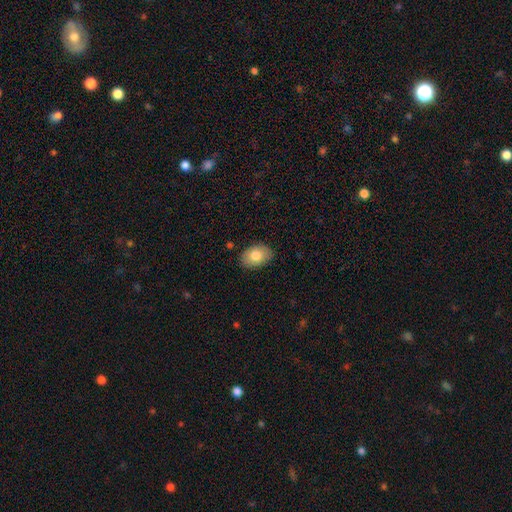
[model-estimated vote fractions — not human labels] Q: Smooth or featured?
A: smooth (79%); runner-up: featured or disk (15%)
Q: How rounded?
A: in between (83%); runner-up: round (16%)
Q: Merging?
A: none (85%); runner-up: minor disturbance (12%)